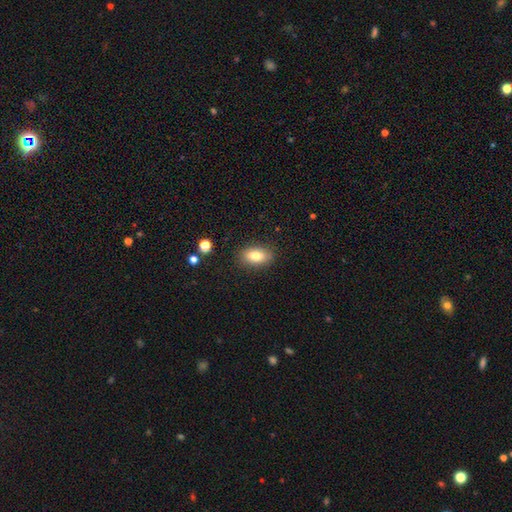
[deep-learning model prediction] Smooth or featured? Predicted: smooth (p=0.79). How rounded? Predicted: in between (p=0.86). Merging? Predicted: none (p=0.86).